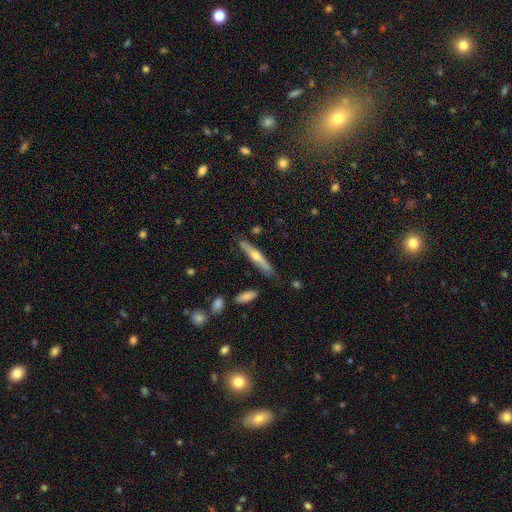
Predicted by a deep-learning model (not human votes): Smooth or featured?
  - featured or disk: 55% *
  - smooth: 39%
  - star or artifact: 6%
Edge-on disk?
  - yes: 94% *
  - no: 6%
Edge-on bulge?
  - rounded: 88% *
  - none: 9%
  - boxy: 3%
Merging?
  - none: 82% *
  - minor disturbance: 13%
  - merger: 3%
  - major disturbance: 3%